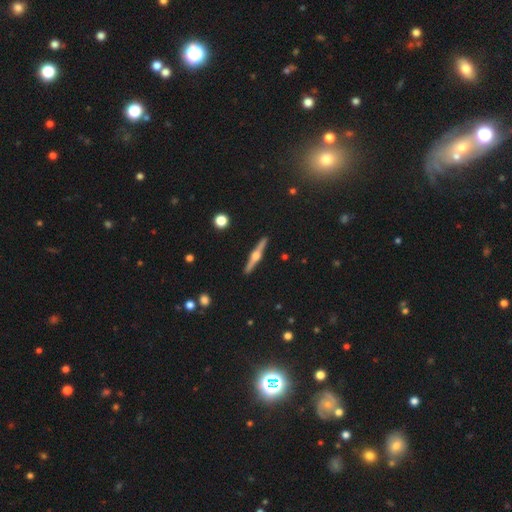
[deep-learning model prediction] A featured or disk galaxy (78%) viewed edge-on (98%) with a rounded central bulge (94%).

Vote fractions:
- Smooth or featured? featured or disk: 78% / smooth: 17% / star or artifact: 6%
- Edge-on disk? yes: 98% / no: 2%
- Edge-on bulge? rounded: 94% / boxy: 4% / none: 2%
- Merging? none: 92% / minor disturbance: 6% / major disturbance: 1% / merger: 1%